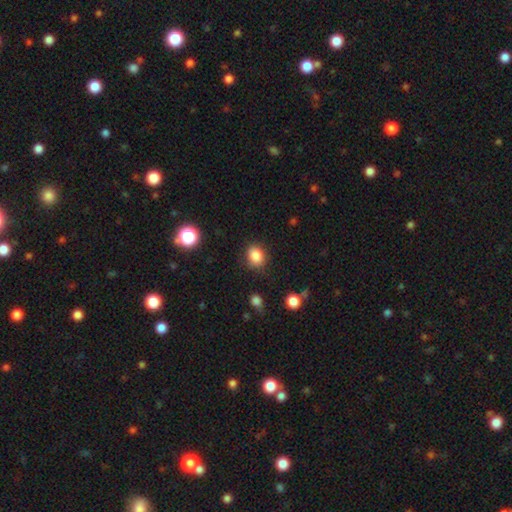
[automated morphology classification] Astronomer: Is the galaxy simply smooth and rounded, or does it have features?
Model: smooth — 85%.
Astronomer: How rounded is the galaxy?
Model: round — 58% (runner-up: in between, 41%).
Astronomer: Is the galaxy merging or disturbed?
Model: none — 82%.